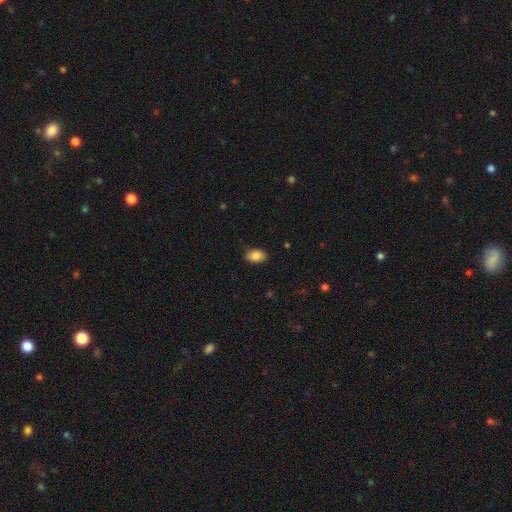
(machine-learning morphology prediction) This is clearly a smooth galaxy (86%). How rounded: clearly in between (85%). Merging: clearly none (82%).